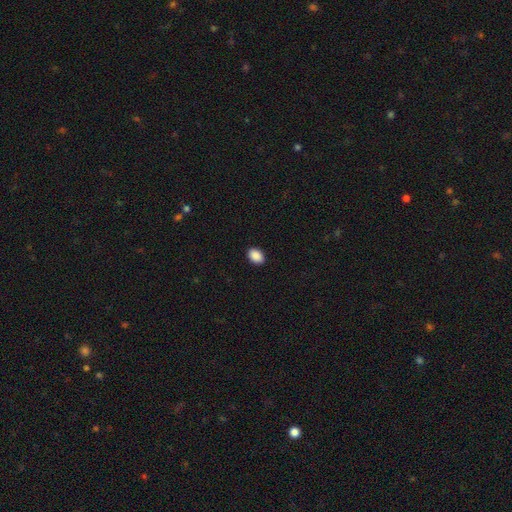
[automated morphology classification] smooth-or-featured: smooth: 90% | star or artifact: 7% | featured or disk: 2%
  how-rounded: in between: 80% | round: 19% | cigar-shaped: 1%
  merging: none: 91% | minor disturbance: 6% | major disturbance: 2% | merger: 1%